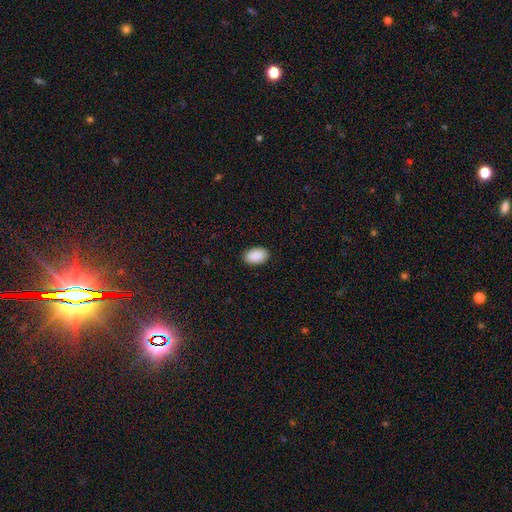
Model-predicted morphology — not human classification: Q: Smooth or featured?
A: smooth (91%); runner-up: star or artifact (7%)
Q: How rounded?
A: in between (92%); runner-up: round (7%)
Q: Merging?
A: none (90%); runner-up: minor disturbance (7%)